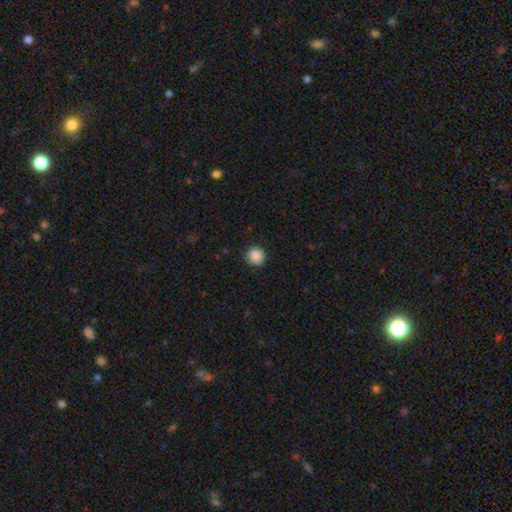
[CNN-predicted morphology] A smooth galaxy with no disk features (88%) that is round (92%).

Vote fractions:
- Smooth or featured? smooth: 88% / star or artifact: 9% / featured or disk: 3%
- How rounded? round: 92% / in between: 7% / cigar-shaped: 1%
- Merging? none: 89% / minor disturbance: 8% / major disturbance: 2% / merger: 1%